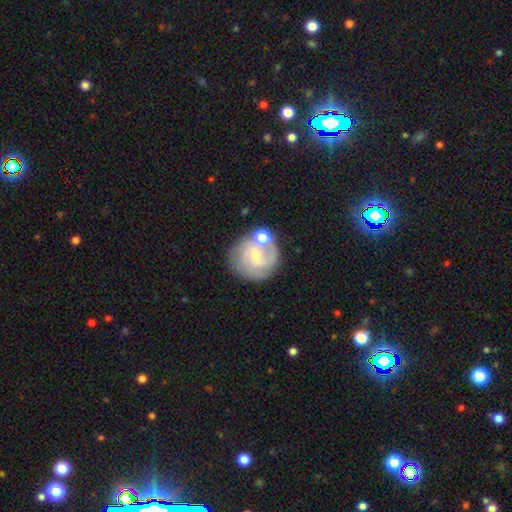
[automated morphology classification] The model was most divided on "spiral winding": tight: 49%, medium: 39%, loose: 12%. Remaining: edge-on disk — no (98%); spiral arms — yes (91%); smooth or featured — featured or disk (73%); bulge size — small (62%); merging — none (62%); bar — no (53%); spiral arm count — 2 (41%).